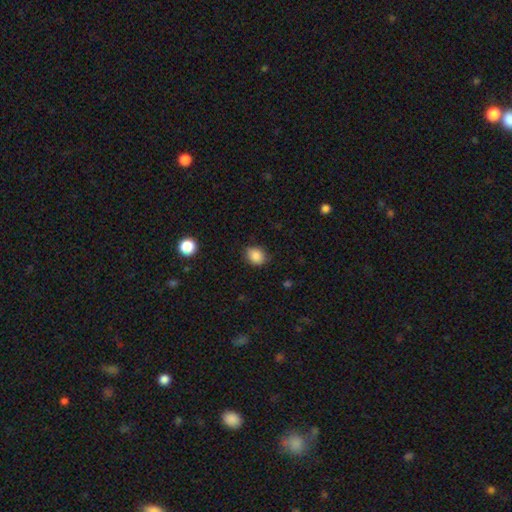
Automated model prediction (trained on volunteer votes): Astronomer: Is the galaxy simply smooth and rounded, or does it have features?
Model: smooth — 86%.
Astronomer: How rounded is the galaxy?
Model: in between — 50% (runner-up: round, 49%).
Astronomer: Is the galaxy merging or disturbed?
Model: none — 83%.